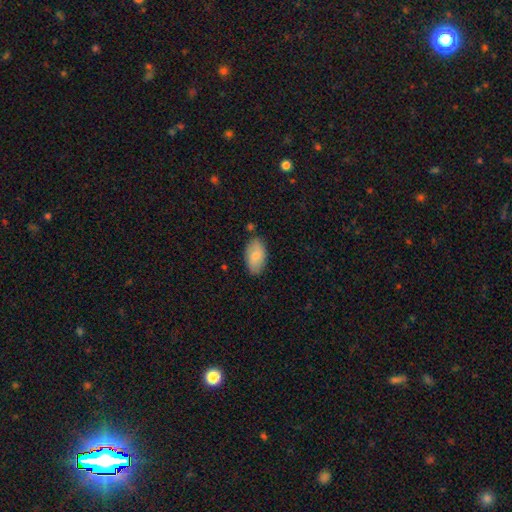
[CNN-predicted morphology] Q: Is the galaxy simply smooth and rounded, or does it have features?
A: smooth — 80%.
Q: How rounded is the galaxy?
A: in between — 95%.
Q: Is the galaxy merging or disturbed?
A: none — 80%.